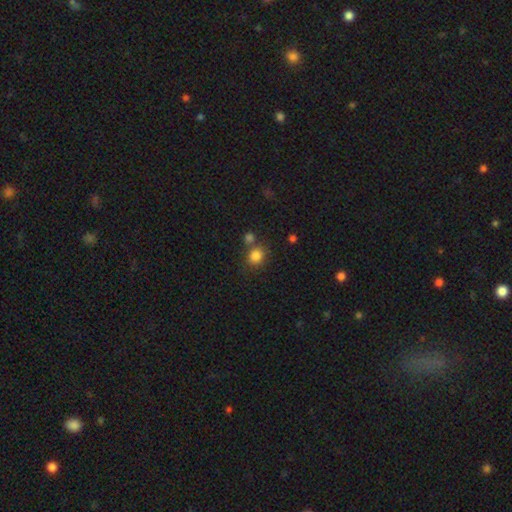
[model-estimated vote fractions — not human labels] This appears to be a smooth galaxy with no disk features (83%) that is round (78%). Merging: none (67%).